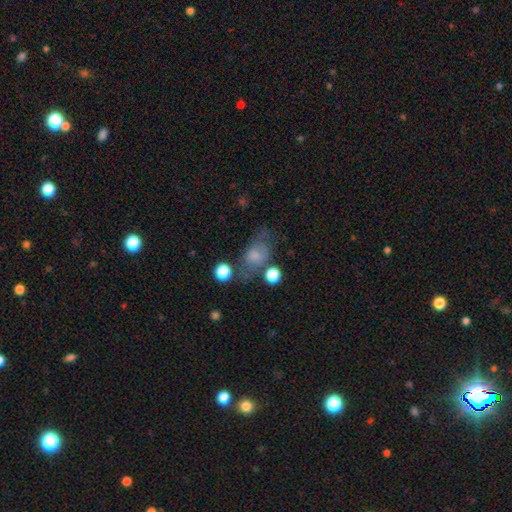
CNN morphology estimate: Overall: smooth (59%; featured or disk 28%). How rounded: in between (75%). Merging: none (50%; minor disturbance 24%).